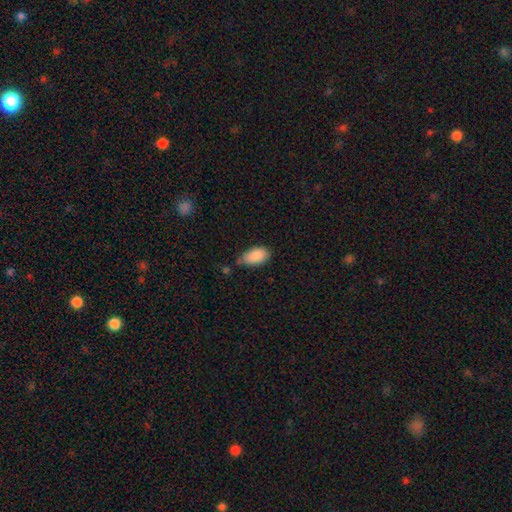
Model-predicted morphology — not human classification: Smooth or featured: smooth — 88% (star or artifact — 7%)
How rounded: in between — 94% (round — 4%)
Merging: none — 55% (minor disturbance — 33%)